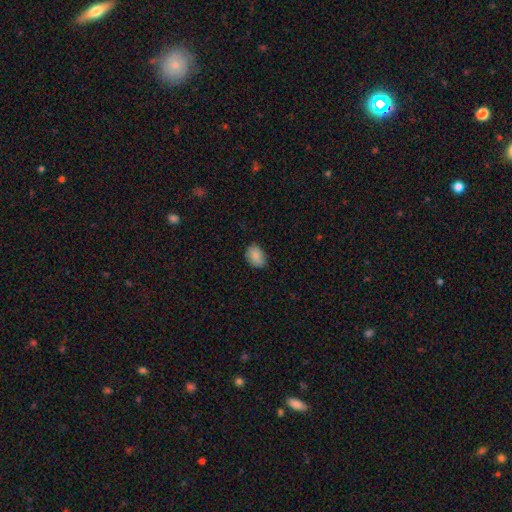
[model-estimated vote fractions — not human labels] Smooth or featured? smooth (87%)
How rounded? in between (73%)
Merging? none (78%)